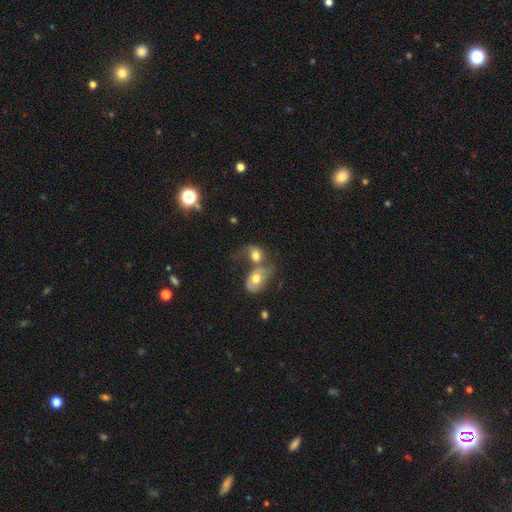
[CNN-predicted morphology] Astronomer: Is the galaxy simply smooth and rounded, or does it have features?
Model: smooth — 61%.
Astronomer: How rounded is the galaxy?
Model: in between — 62% (runner-up: round, 37%).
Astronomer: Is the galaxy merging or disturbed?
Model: merger — 66%.